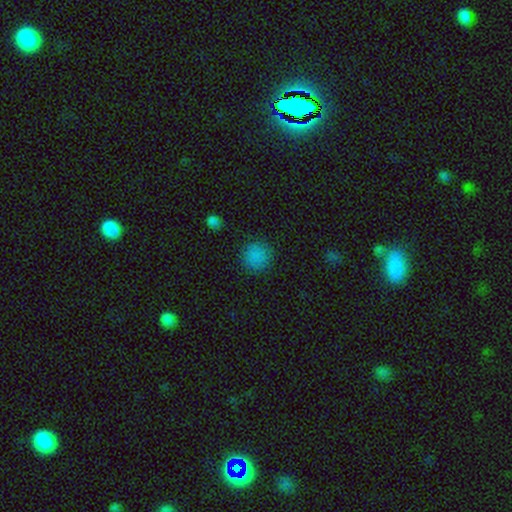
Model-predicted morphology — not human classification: smooth_or_featured: smooth (p=0.84) [alt: star or artifact p=0.12]
how_rounded: round (p=0.93) [alt: in between p=0.06]
merging: none (p=0.89) [alt: minor disturbance p=0.08]